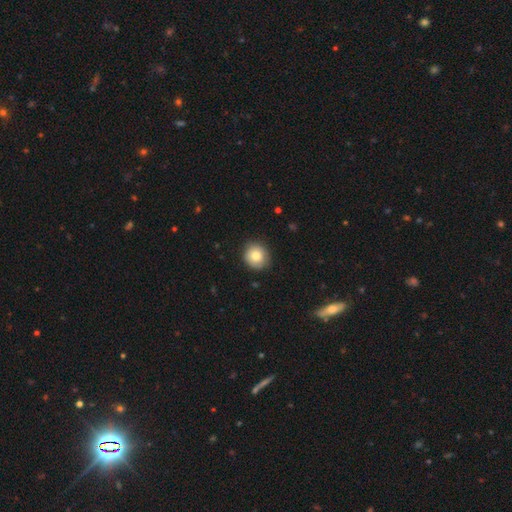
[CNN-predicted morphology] type=smooth (80%); roundness=round (89%); merging=none (87%).